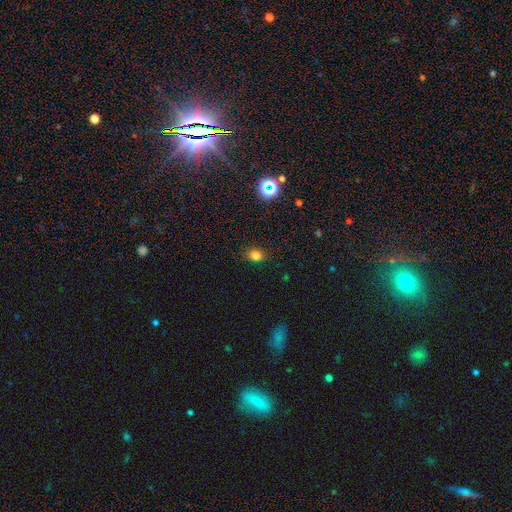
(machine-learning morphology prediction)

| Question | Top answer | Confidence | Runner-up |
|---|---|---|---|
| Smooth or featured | smooth | 78% | star or artifact (16%) |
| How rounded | in between | 50% | round (49%) |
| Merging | none | 85% | minor disturbance (11%) |